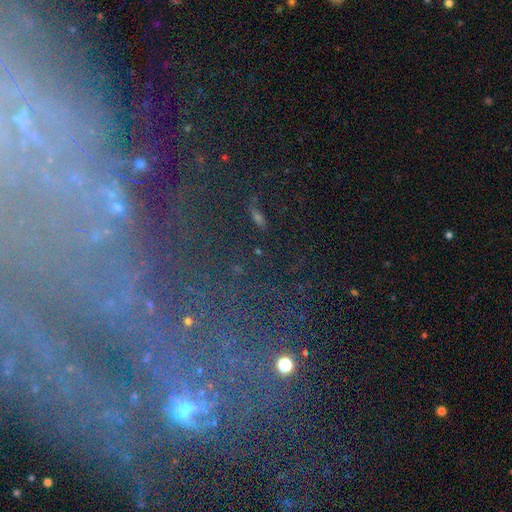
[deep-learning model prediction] This appears to be a featured or disk galaxy (44%). Merging: none (70%).